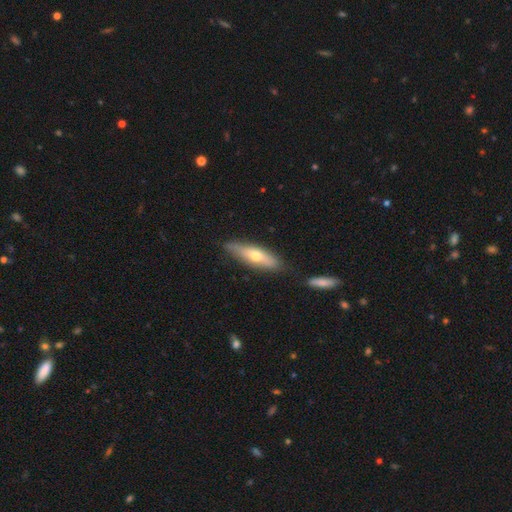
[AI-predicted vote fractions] smooth-or-featured: smooth: 53% | featured or disk: 41% | star or artifact: 6%
  how-rounded: cigar-shaped: 63% | in between: 35% | round: 2%
  merging: none: 76% | minor disturbance: 16% | merger: 4% | major disturbance: 3%